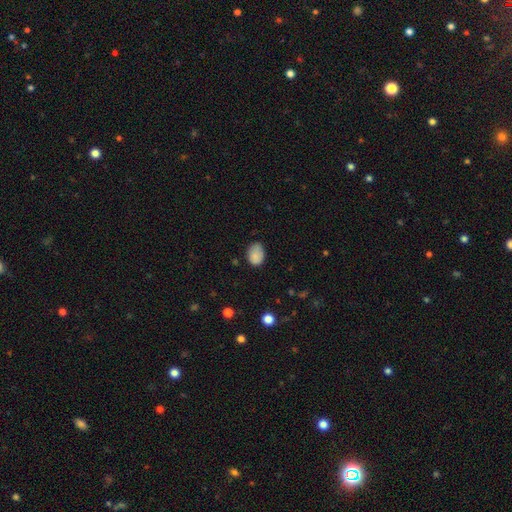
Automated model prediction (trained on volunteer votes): Q: Smooth or featured?
A: smooth (85%); runner-up: star or artifact (8%)
Q: How rounded?
A: in between (76%); runner-up: round (23%)
Q: Merging?
A: none (64%); runner-up: minor disturbance (29%)